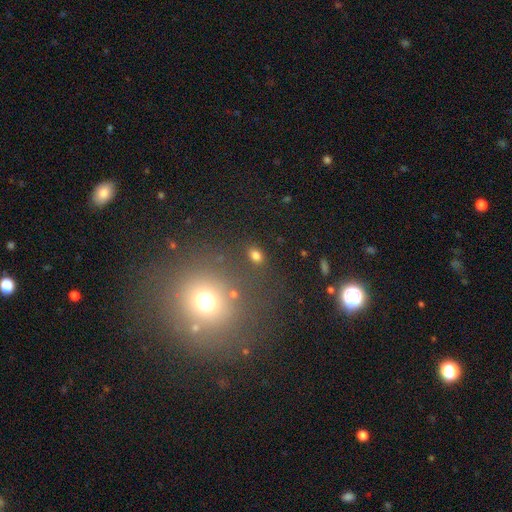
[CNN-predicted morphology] Smooth or featured?
  - smooth: 76% *
  - star or artifact: 17%
  - featured or disk: 7%
How rounded?
  - in between: 72% *
  - round: 26%
  - cigar-shaped: 2%
Merging?
  - none: 81% *
  - minor disturbance: 10%
  - merger: 5%
  - major disturbance: 4%